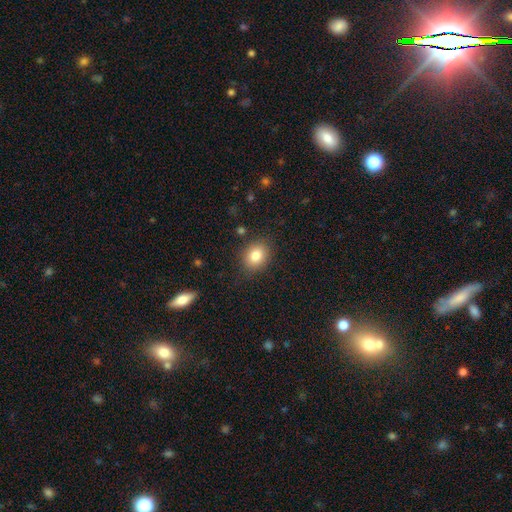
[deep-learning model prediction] smooth 82%, star or artifact 10%, featured or disk 8%. Down the decision tree: how rounded — in between (50%); merging — none (85%).